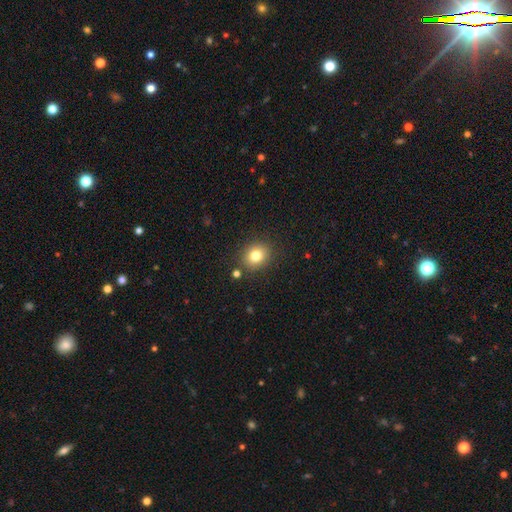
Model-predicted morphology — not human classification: A smooth galaxy with no disk features (80%) that is round (72%). Merging: none (85%).